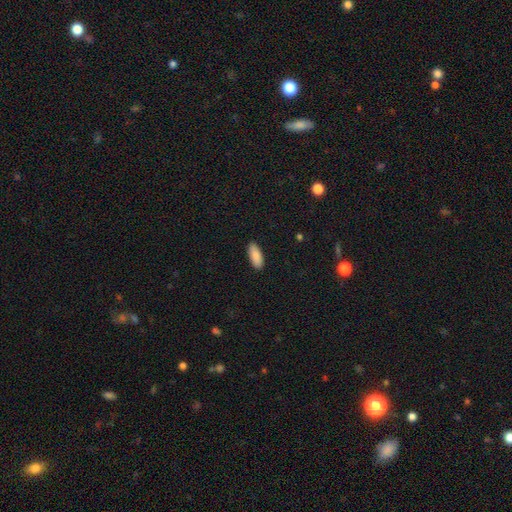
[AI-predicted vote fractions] Smooth or featured: smooth — 89% (star or artifact — 6%)
How rounded: in between — 79% (cigar-shaped — 19%)
Merging: none — 90% (minor disturbance — 7%)